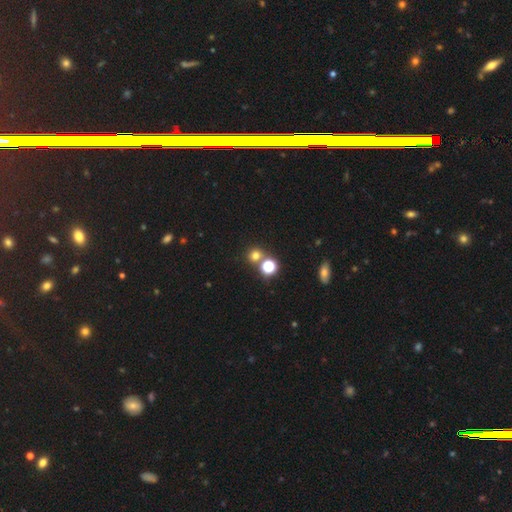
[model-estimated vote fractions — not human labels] Overall: smooth (69%). How rounded: round (89%). Merging: none (70%).